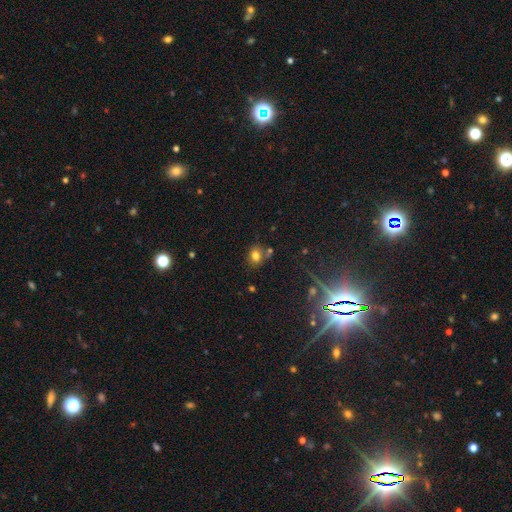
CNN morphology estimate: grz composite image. It shows a smooth galaxy with no disk features (75%) that is round (53%). Merging: none (65%).